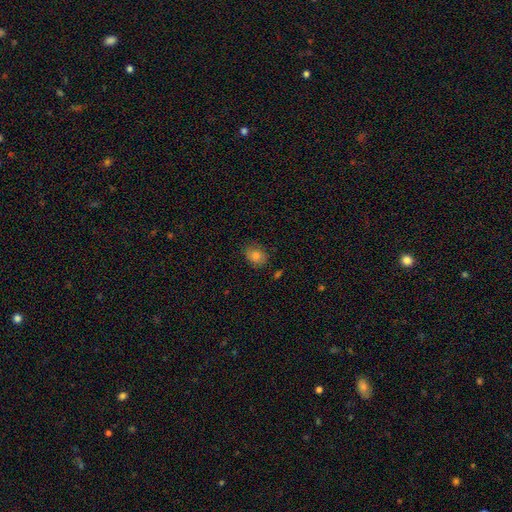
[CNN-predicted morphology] Smooth or featured: smooth — 79% (star or artifact — 11%)
How rounded: in between — 56% (round — 43%)
Merging: none — 77% (minor disturbance — 17%)